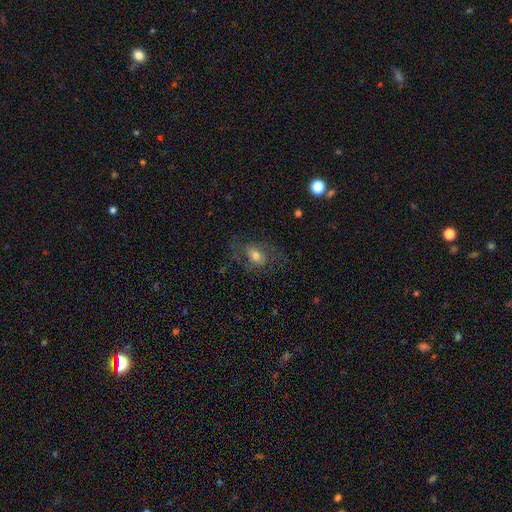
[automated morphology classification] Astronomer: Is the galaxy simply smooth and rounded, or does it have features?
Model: smooth — 46% (runner-up: featured or disk, 45%).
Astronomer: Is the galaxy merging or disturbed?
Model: none — 62%.